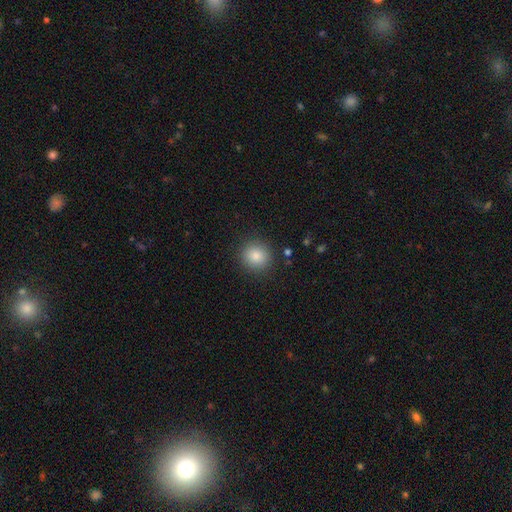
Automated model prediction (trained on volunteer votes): smooth 84%, star or artifact 10%, featured or disk 5%. Down the decision tree: how rounded — round (87%); merging — none (89%).